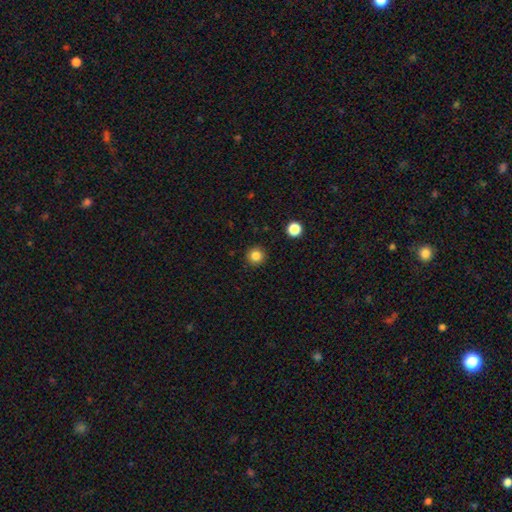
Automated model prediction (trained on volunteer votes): smooth_or_featured: smooth (p=0.83) [alt: star or artifact p=0.12]
how_rounded: round (p=0.95) [alt: in between p=0.04]
merging: none (p=0.92) [alt: minor disturbance p=0.05]